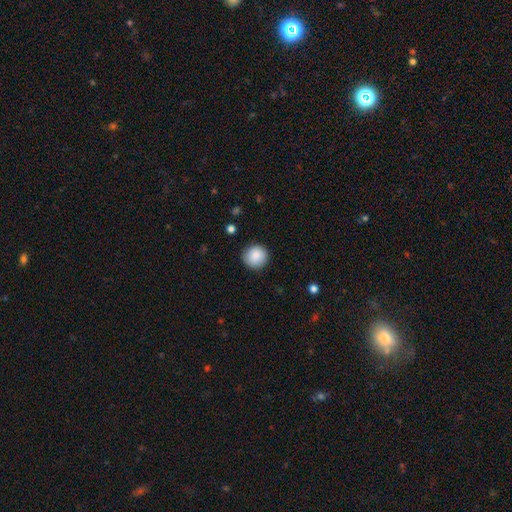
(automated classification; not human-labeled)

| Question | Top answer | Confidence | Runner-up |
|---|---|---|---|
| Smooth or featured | smooth | 88% | star or artifact (8%) |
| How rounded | round | 93% | in between (6%) |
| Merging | none | 90% | minor disturbance (7%) |